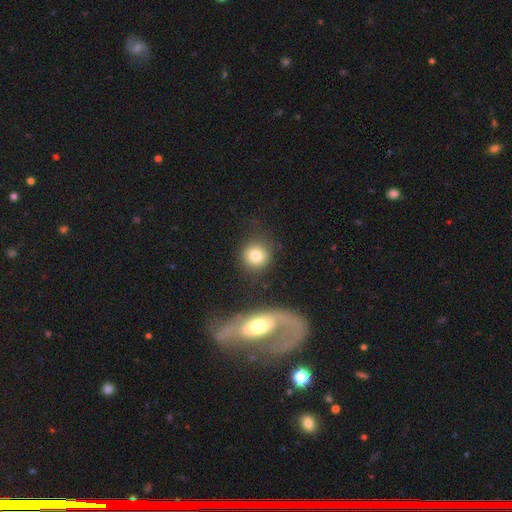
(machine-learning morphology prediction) smooth 79%, featured or disk 12%, star or artifact 10%. Down the decision tree: how rounded — round (90%); merging — none (76%).